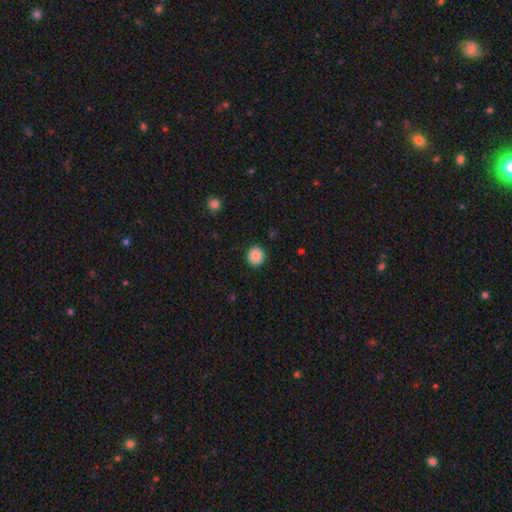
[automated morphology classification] Smooth or featured: smooth — 87% (star or artifact — 9%)
How rounded: round — 92% (in between — 7%)
Merging: none — 92% (minor disturbance — 5%)